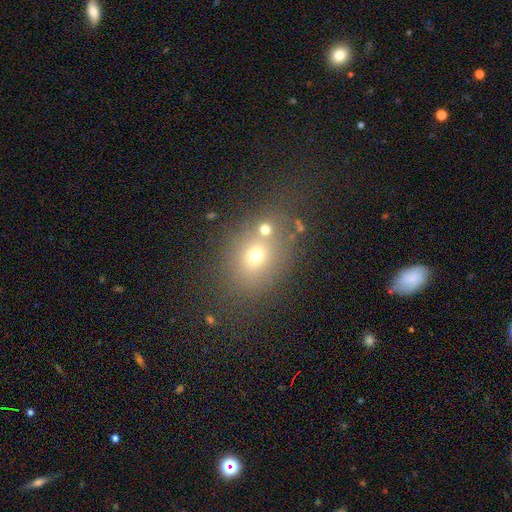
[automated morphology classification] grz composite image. It shows a smooth galaxy with no disk features (62%) that is in between round and cigar-shaped (54%). Merging: none (60%).